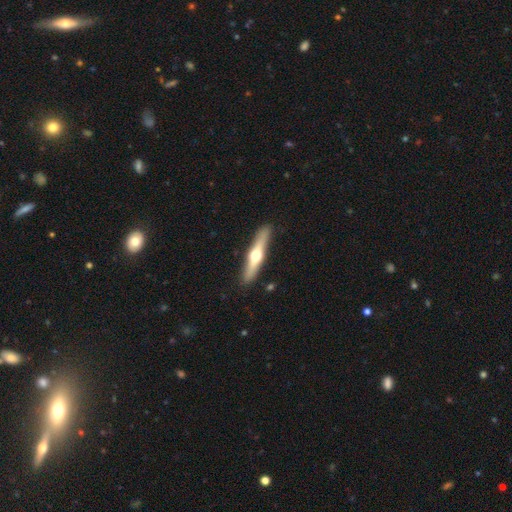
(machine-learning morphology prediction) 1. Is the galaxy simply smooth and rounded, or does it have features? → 64% featured or disk, 31% smooth, 5% star or artifact.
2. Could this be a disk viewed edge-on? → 96% yes, 4% no.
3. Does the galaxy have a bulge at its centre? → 95% rounded, 3% none, 2% boxy.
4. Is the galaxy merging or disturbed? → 90% none, 7% minor disturbance, 2% major disturbance, 1% merger.